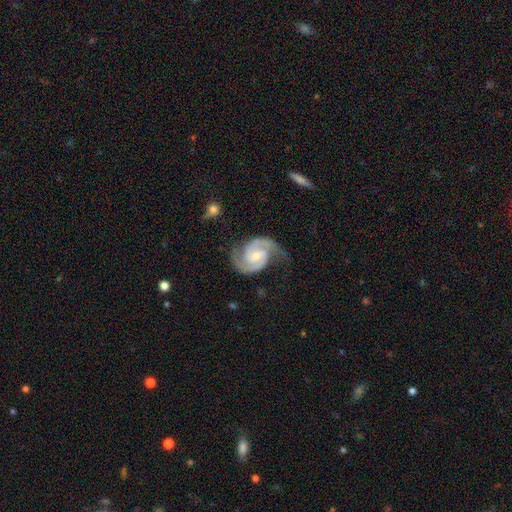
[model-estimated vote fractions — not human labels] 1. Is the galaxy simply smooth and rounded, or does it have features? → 92% featured or disk, 4% smooth, 4% star or artifact.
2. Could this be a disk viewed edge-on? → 98% no, 2% yes.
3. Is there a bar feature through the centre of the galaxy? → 47% weak, 41% no, 12% strong.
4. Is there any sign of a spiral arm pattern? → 98% yes, 2% no.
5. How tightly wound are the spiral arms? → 56% medium, 31% tight, 13% loose.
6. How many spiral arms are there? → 93% 2, 2% can't tell, 2% 3, 1% 1, 1% 4, 1% more than 4.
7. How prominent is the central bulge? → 46% small, 45% moderate, 6% none, 3% large, 1% dominant.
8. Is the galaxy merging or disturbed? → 67% none, 21% minor disturbance, 10% major disturbance, 2% merger.